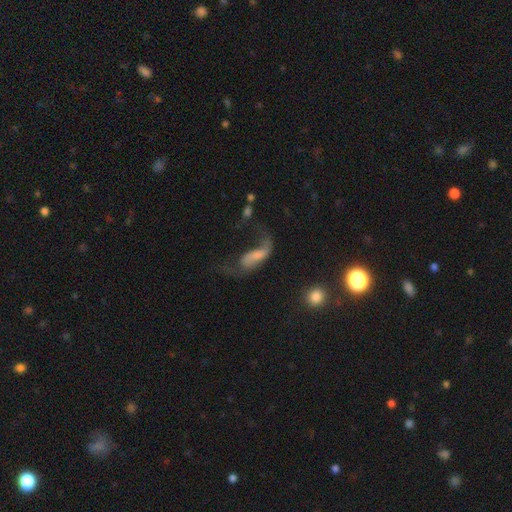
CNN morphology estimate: The model was most divided on "smooth or featured": featured or disk: 50%, smooth: 39%, star or artifact: 11%. Remaining: merging — major disturbance (50%).